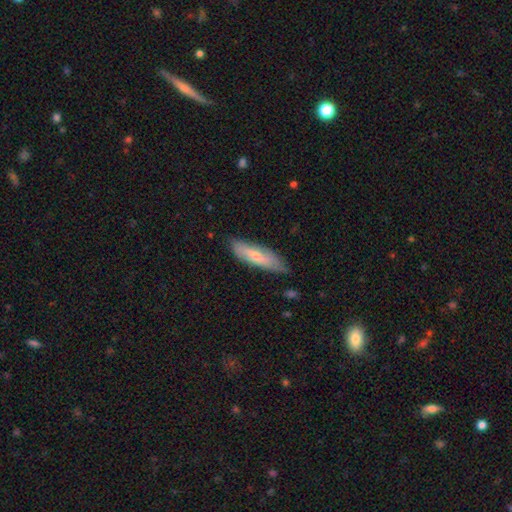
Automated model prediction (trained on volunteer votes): A smooth galaxy with no disk features (69%) that is cigar-shaped (69%). Merging: none (78%).